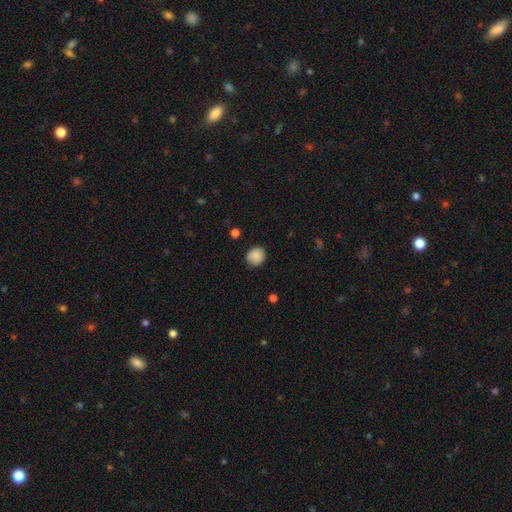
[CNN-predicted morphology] Smooth or featured?
  - smooth: 87% *
  - star or artifact: 8%
  - featured or disk: 5%
How rounded?
  - round: 82% *
  - in between: 17%
  - cigar-shaped: 1%
Merging?
  - none: 81% *
  - minor disturbance: 14%
  - major disturbance: 3%
  - merger: 1%